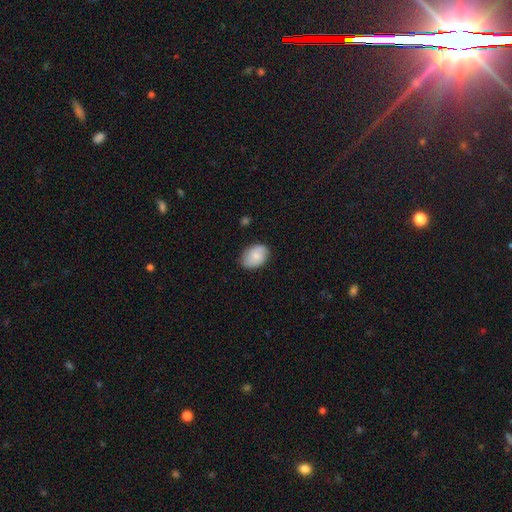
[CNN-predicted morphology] Smooth or featured?
  - smooth: 75% *
  - featured or disk: 18%
  - star or artifact: 7%
How rounded?
  - in between: 81% *
  - round: 18%
  - cigar-shaped: 1%
Merging?
  - none: 78% *
  - minor disturbance: 17%
  - major disturbance: 3%
  - merger: 1%